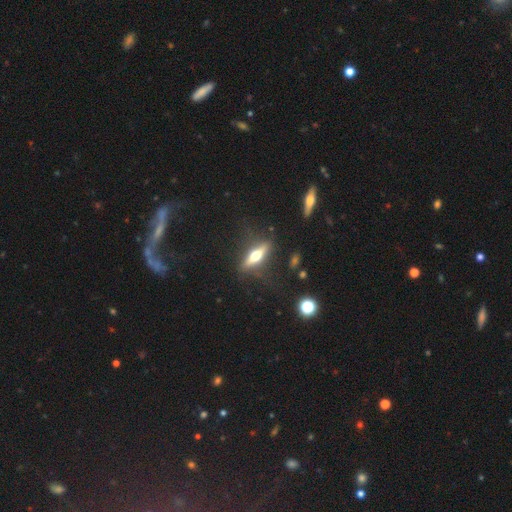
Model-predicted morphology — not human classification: Smooth or featured? featured or disk (59%)
Edge-on disk? yes (92%)
Edge-on bulge? rounded (94%)
Merging? none (80%)